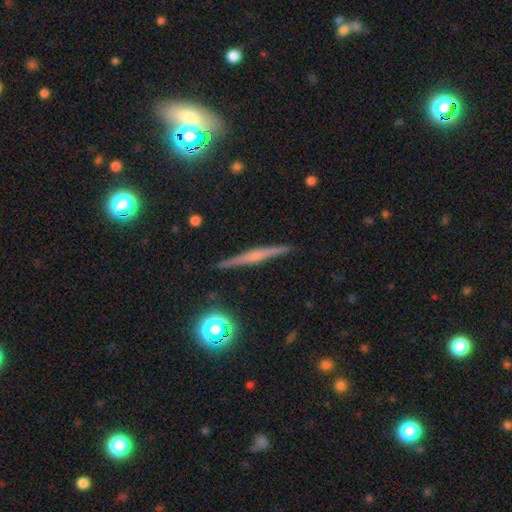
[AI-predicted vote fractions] This appears to be a featured or disk galaxy (67%) viewed edge-on (98%) with a rounded central bulge (55%). Merging: none (91%).